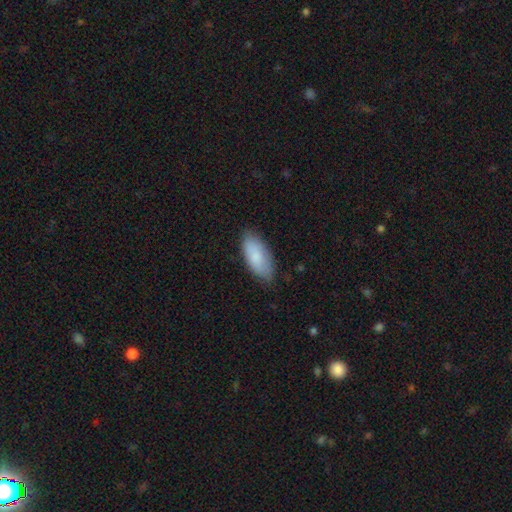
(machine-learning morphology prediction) smooth_or_featured: smooth (p=0.84) [alt: featured or disk p=0.10]
how_rounded: in between (p=0.89) [alt: cigar-shaped p=0.10]
merging: none (p=0.79) [alt: minor disturbance p=0.17]